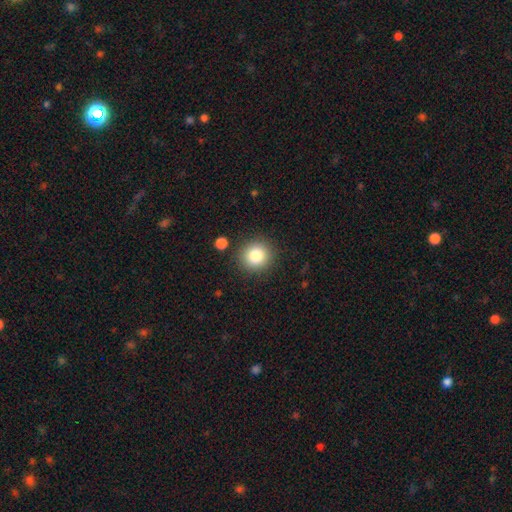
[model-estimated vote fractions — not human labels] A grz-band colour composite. It shows a smooth galaxy with no disk features (82%) that is round (91%). Merging: none (87%).